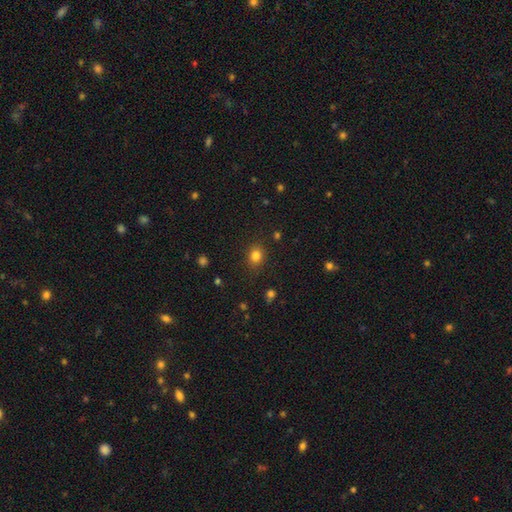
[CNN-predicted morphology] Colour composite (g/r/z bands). It shows a smooth galaxy with no disk features (81%) that is round (65%). Merging: none (85%).